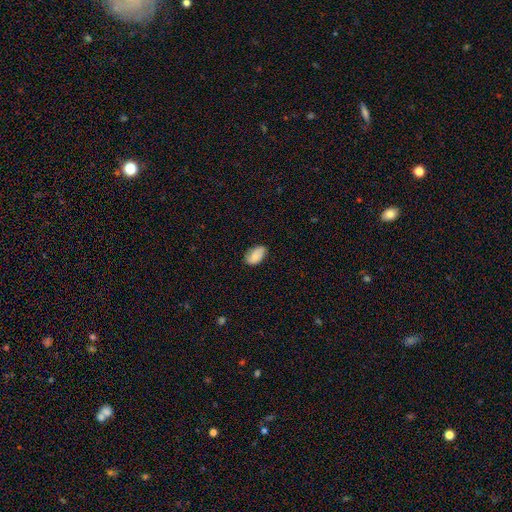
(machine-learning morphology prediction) Smooth or featured? Predicted: smooth (p=0.80). How rounded? Predicted: in between (p=0.92). Merging? Predicted: none (p=0.73).